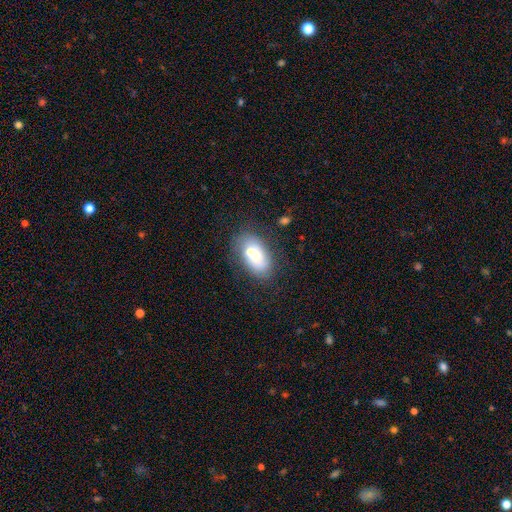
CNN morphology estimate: Smooth or featured? Predicted: smooth (p=0.57). How rounded? Predicted: in between (p=0.85). Merging? Predicted: none (p=0.45).